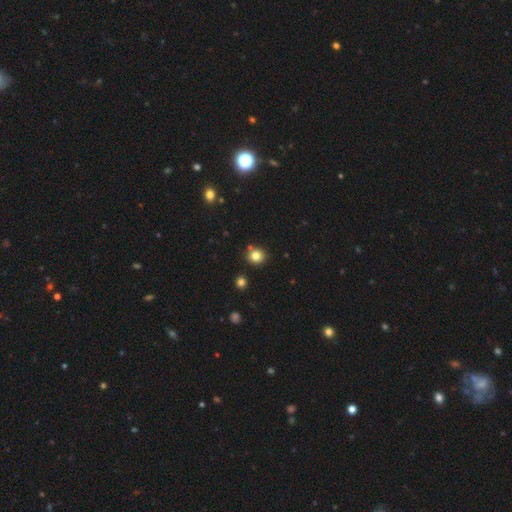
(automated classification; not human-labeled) Q: Smooth or featured?
A: smooth (83%); runner-up: star or artifact (12%)
Q: How rounded?
A: round (82%); runner-up: in between (17%)
Q: Merging?
A: none (82%); runner-up: minor disturbance (9%)